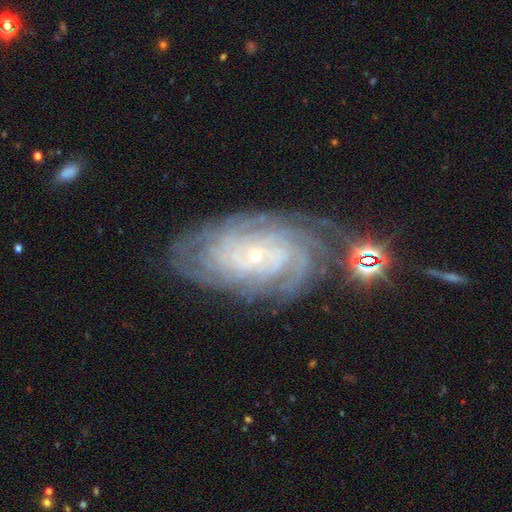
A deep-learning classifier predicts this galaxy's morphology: A featured or disk galaxy (87%) with no bar (72%), more than 4 (28%) tight (81%) spiral arms (98%) and a small central bulge (85%). Merging: none (75%).